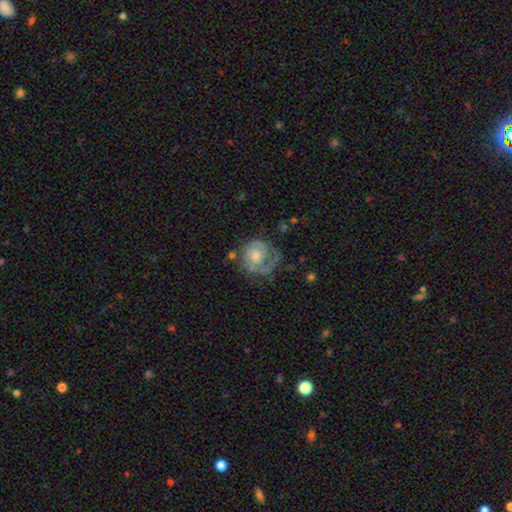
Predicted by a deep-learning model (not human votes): This is likely a featured or disk galaxy (75%). It is clearly not viewed edge-on (98%). Bar: likely no (74%). Spiral arm pattern: clearly yes (88%). Spiral arm count: marginally 2 (36%, tied with 1). Spiral winding: possibly tight (56%). Central bulge: possibly moderate (55%). Merging: possibly none (57%).